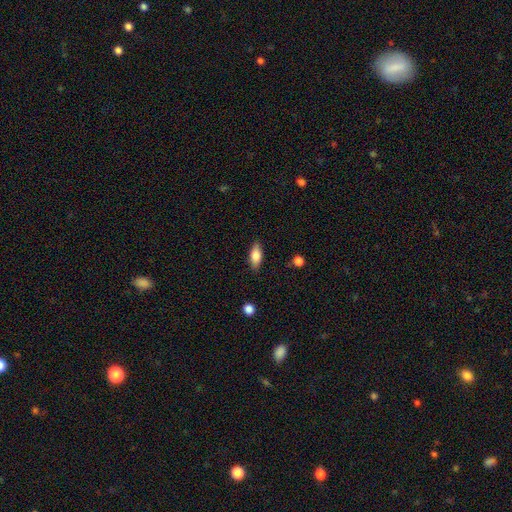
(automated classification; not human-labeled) Overall: smooth (75%). How rounded: in between (80%). Merging: none (85%).